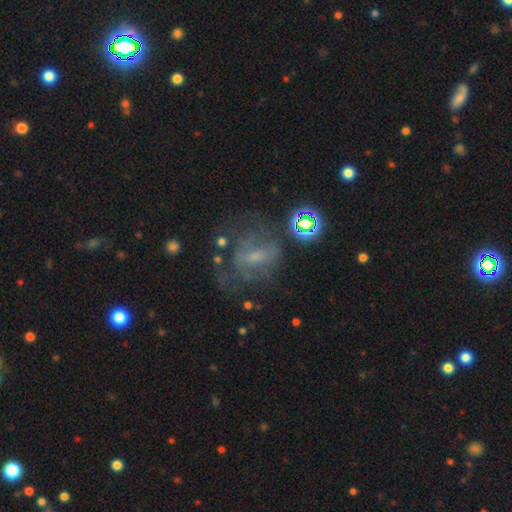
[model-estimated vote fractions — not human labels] Smooth or featured? featured or disk (50%)
Edge-on disk? no (95%)
Merging? none (44%)